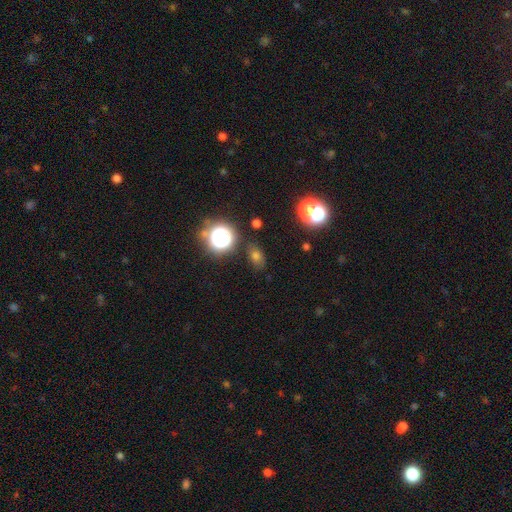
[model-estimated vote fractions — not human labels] Overall: smooth (67%). How rounded: in between (69%). Merging: none (79%).